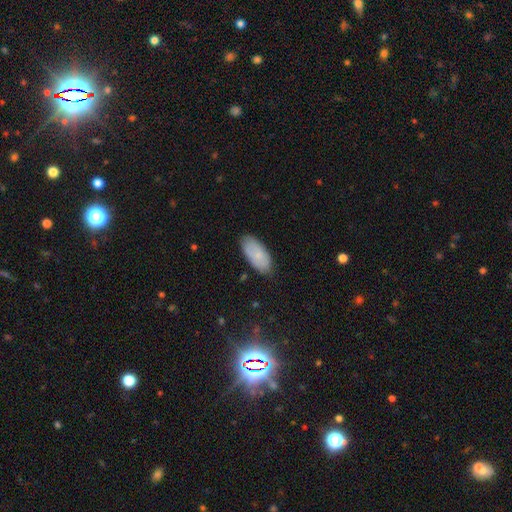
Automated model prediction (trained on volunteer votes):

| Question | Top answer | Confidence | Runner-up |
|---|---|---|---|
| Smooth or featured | smooth | 64% | featured or disk (19%) |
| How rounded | in between | 91% | cigar-shaped (6%) |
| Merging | none | 84% | minor disturbance (12%) |